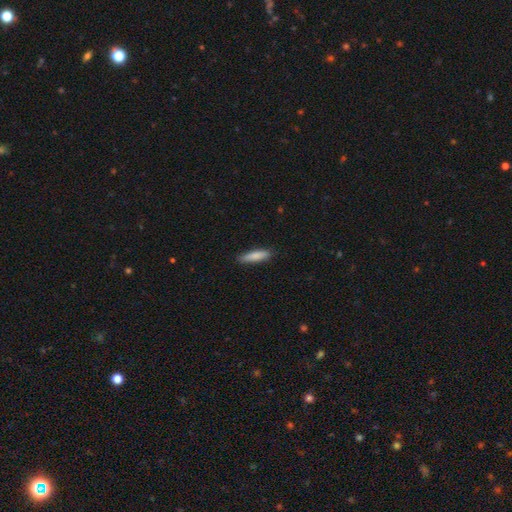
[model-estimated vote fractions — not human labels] Overall: smooth (83%). How rounded: cigar-shaped (74%). Merging: none (86%).